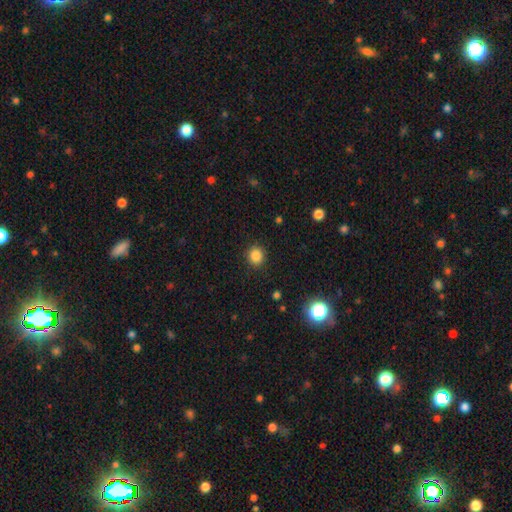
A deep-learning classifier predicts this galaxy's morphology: Smooth or featured: smooth — 85% (star or artifact — 12%)
How rounded: round — 88% (in between — 11%)
Merging: none — 90% (minor disturbance — 7%)